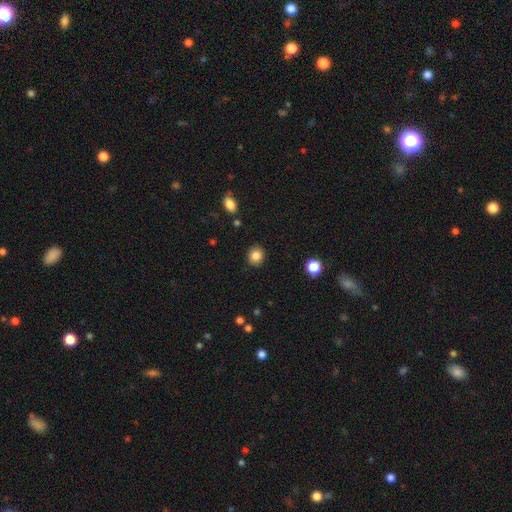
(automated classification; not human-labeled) Smooth or featured: smooth — 85% (star or artifact — 10%)
How rounded: round — 82% (in between — 17%)
Merging: none — 89% (minor disturbance — 7%)